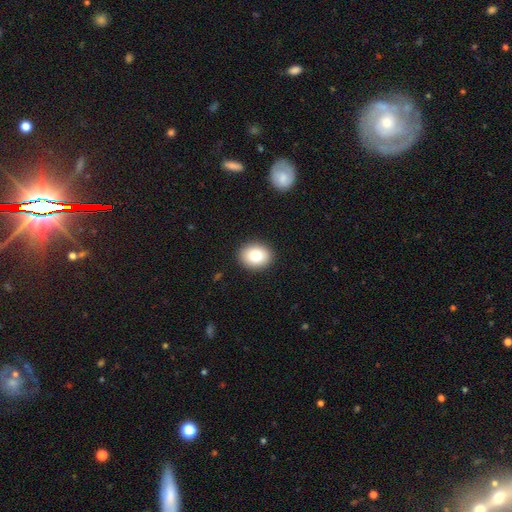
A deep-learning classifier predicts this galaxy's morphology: smooth 81%, featured or disk 10%, star or artifact 9%. Down the decision tree: how rounded — round (52%); merging — none (91%).